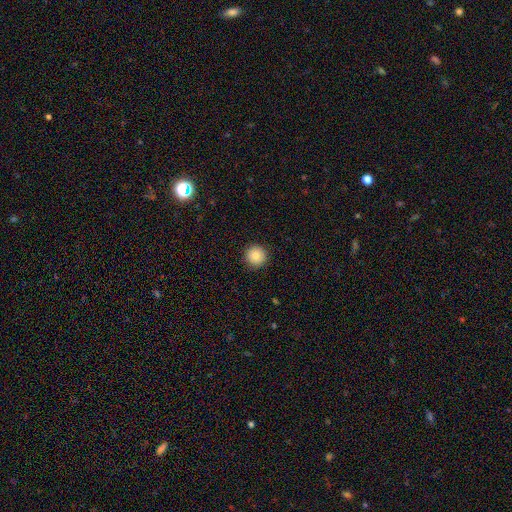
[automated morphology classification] Smooth or featured: smooth — 83% (star or artifact — 10%)
How rounded: round — 96% (in between — 3%)
Merging: none — 92% (minor disturbance — 6%)